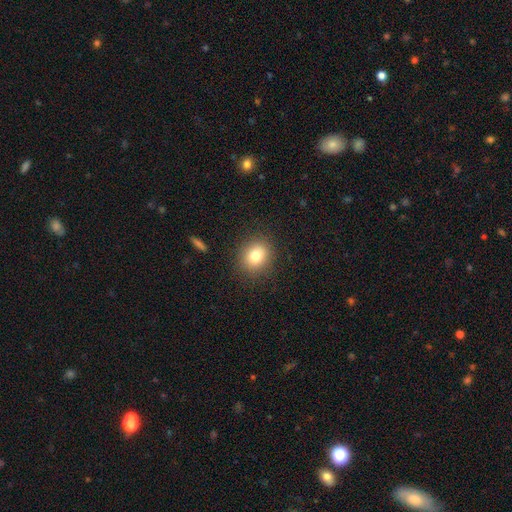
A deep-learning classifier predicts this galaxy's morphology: This appears to be a smooth galaxy with no disk features (79%) that is round (74%). Merging: none (89%).